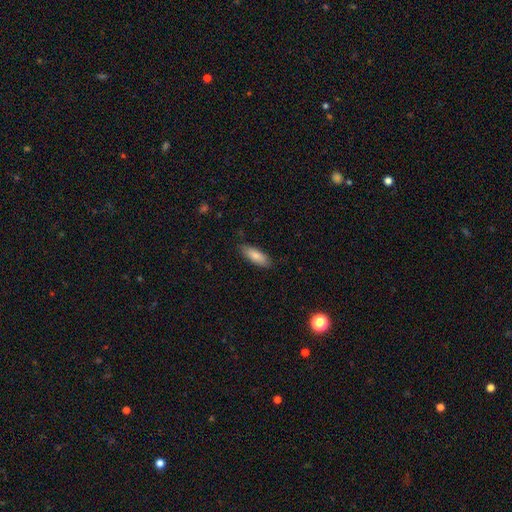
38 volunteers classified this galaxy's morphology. Volunteers were most divided on "how rounded": in between: 72%, cigar-shaped: 28%, round: 0%. More confident: merging — none (86%); smooth or featured — smooth (84%).